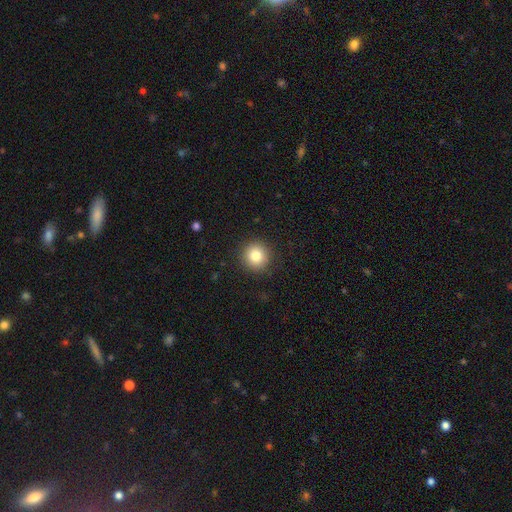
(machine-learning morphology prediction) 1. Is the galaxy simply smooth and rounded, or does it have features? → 82% smooth, 10% star or artifact, 7% featured or disk.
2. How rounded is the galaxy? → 93% round, 6% in between, 1% cigar-shaped.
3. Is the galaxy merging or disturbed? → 91% none, 6% minor disturbance, 2% major disturbance, 1% merger.